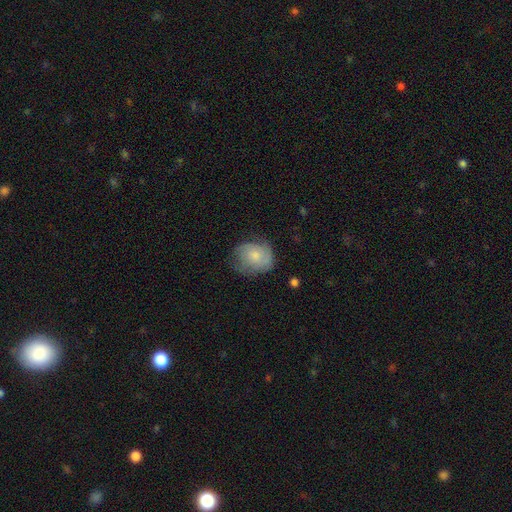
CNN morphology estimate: smooth-or-featured: smooth: 63% | featured or disk: 30% | star or artifact: 7%
  how-rounded: round: 63% | in between: 36% | cigar-shaped: 1%
  merging: none: 55% | minor disturbance: 31% | major disturbance: 13% | merger: 1%